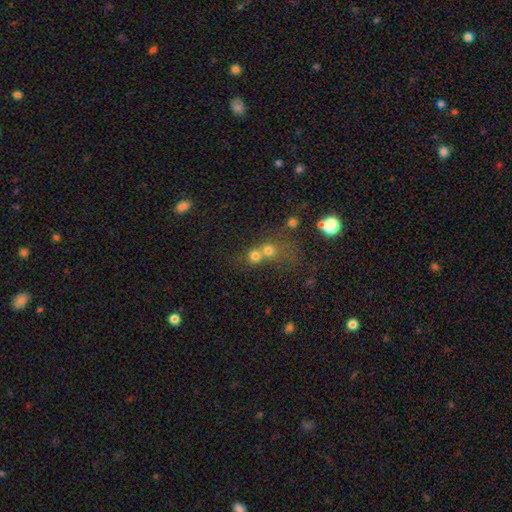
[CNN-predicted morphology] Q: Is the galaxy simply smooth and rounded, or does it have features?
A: smooth — 69%.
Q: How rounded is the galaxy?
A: round — 84%.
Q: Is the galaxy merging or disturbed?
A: merger — 56%.